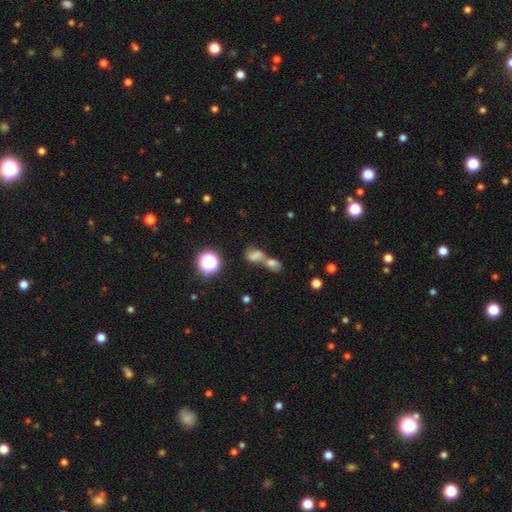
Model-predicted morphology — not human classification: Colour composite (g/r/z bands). It shows a smooth galaxy with no disk features (66%) that is in between round and cigar-shaped (64%). Merging: merger (69%).